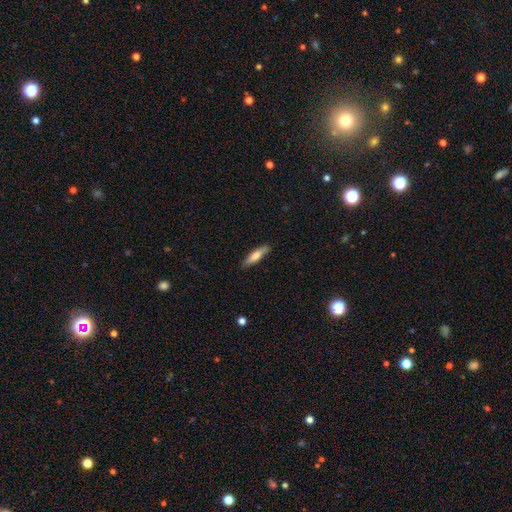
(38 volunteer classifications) Volunteers were most divided on "how rounded": cigar-shaped: 65%, in between: 31%, round: 4%. More confident: merging — none (87%); smooth or featured — smooth (68%).